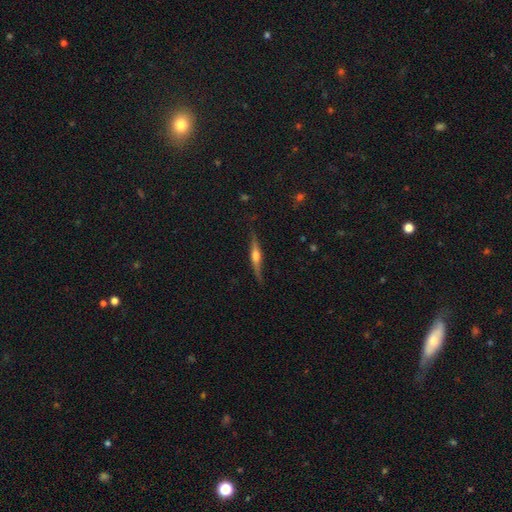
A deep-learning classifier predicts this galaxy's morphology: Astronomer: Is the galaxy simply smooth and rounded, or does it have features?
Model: featured or disk — 72%.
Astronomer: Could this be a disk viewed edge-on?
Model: yes — 96%.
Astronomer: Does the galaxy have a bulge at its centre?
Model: rounded — 83%.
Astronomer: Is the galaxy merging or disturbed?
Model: none — 80%.